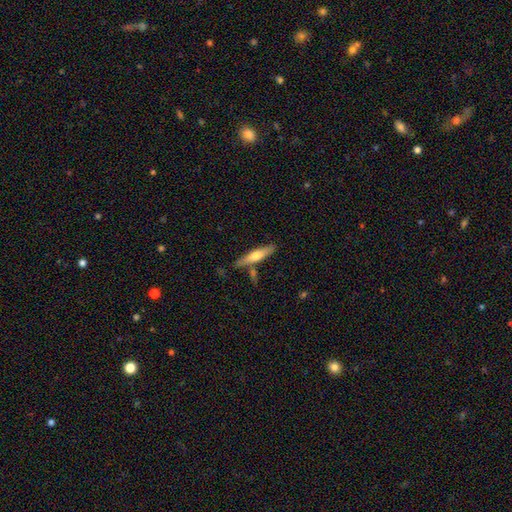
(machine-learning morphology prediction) A smooth galaxy with no disk features (54%) that is cigar-shaped (81%).

Vote fractions:
- Smooth or featured? smooth: 54% / featured or disk: 40% / star or artifact: 5%
- How rounded? cigar-shaped: 81% / in between: 17% / round: 2%
- Merging? none: 74% / minor disturbance: 13% / merger: 10% / major disturbance: 3%